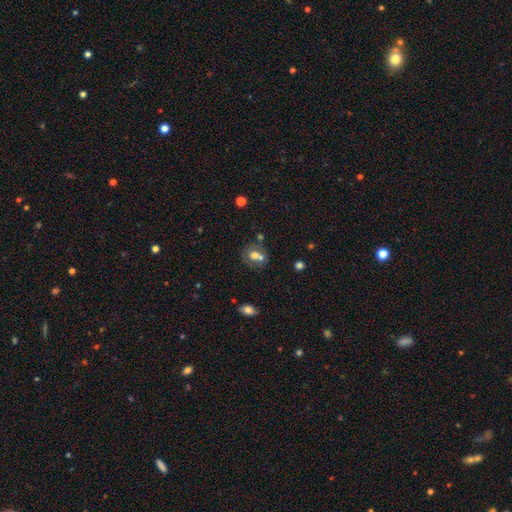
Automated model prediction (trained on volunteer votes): smooth-or-featured: smooth: 63% | featured or disk: 24% | star or artifact: 12%
  how-rounded: round: 58% | in between: 41% | cigar-shaped: 1%
  merging: merger: 45% | none: 38% | minor disturbance: 12% | major disturbance: 6%